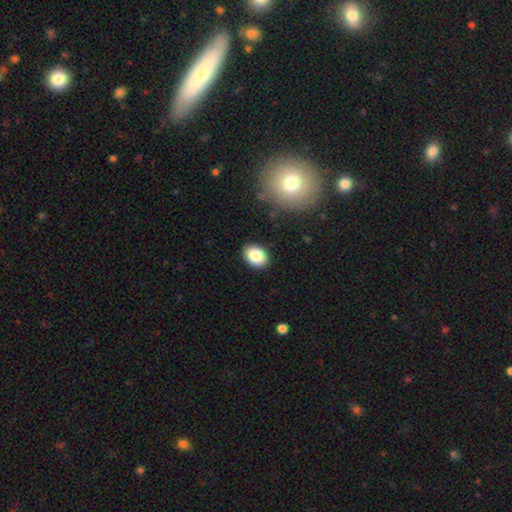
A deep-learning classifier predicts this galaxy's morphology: This is clearly a smooth galaxy (86%). How rounded: likely in between (76%). Merging: clearly none (88%).